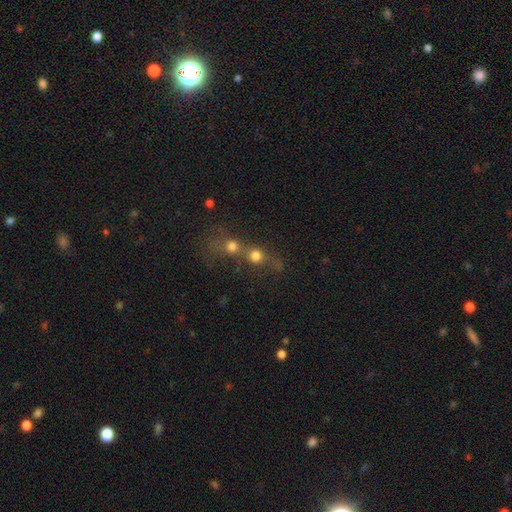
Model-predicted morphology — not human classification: The model was most divided on "merging": merger: 58%, none: 30%, minor disturbance: 6%, major disturbance: 6%. More confident: how rounded — round (83%); smooth or featured — smooth (69%).